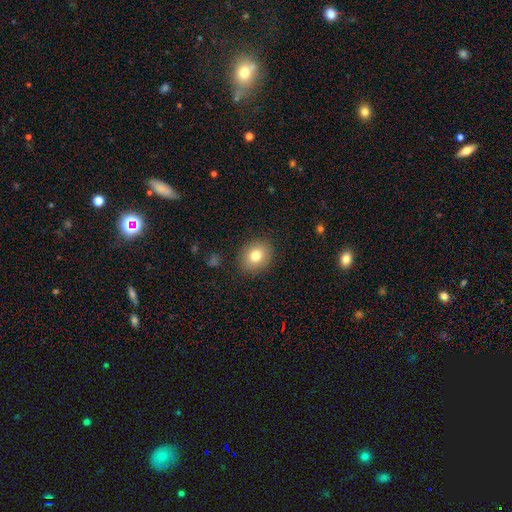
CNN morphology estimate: Overall: smooth (78%). How rounded: round (64%; in between 35%). Merging: none (88%).